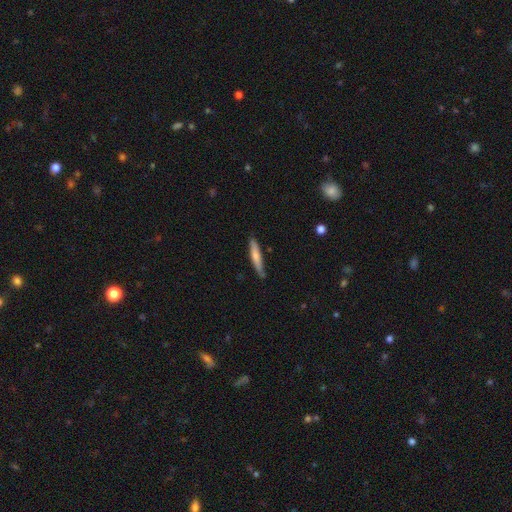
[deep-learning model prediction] Morphology: type=smooth (67%); roundness=cigar-shaped (91%); merging=none (82%).